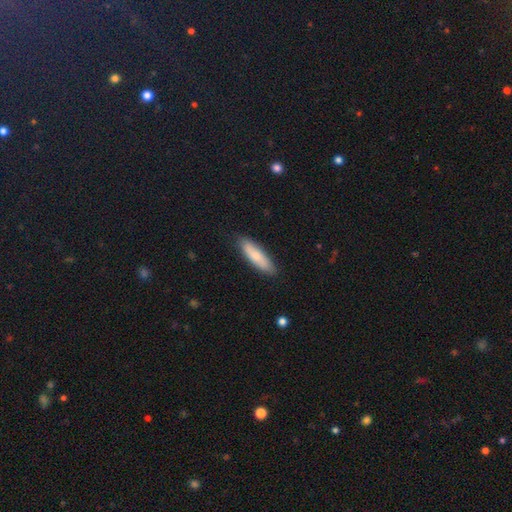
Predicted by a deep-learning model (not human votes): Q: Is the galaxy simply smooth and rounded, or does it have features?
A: smooth — 73%.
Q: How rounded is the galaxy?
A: cigar-shaped — 61%.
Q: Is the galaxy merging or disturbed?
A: none — 85%.